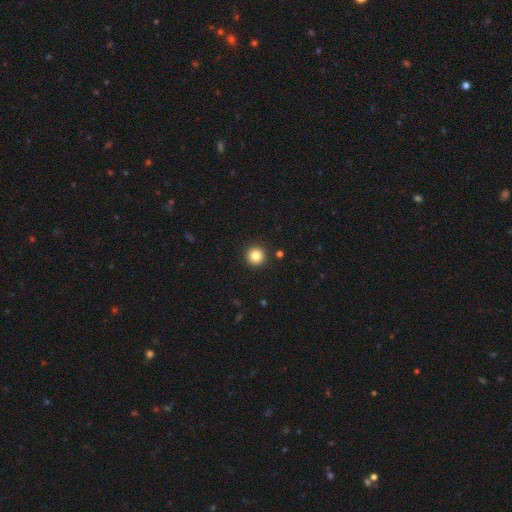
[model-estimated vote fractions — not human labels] smooth_or_featured: smooth (p=0.83) [alt: star or artifact p=0.11]
how_rounded: round (p=0.96) [alt: in between p=0.03]
merging: none (p=0.92) [alt: minor disturbance p=0.05]